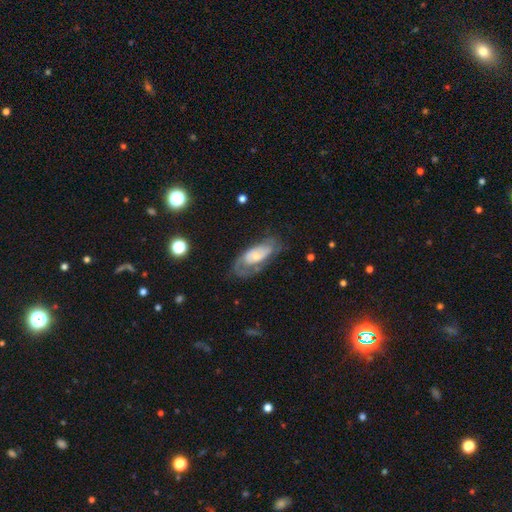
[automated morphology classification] featured or disk 62%, smooth 31%, star or artifact 6%. Down the decision tree: edge-on disk — no (90%); bar — no (77%); spiral arms — yes (67%); bulge size — small (50%); merging — none (49%).